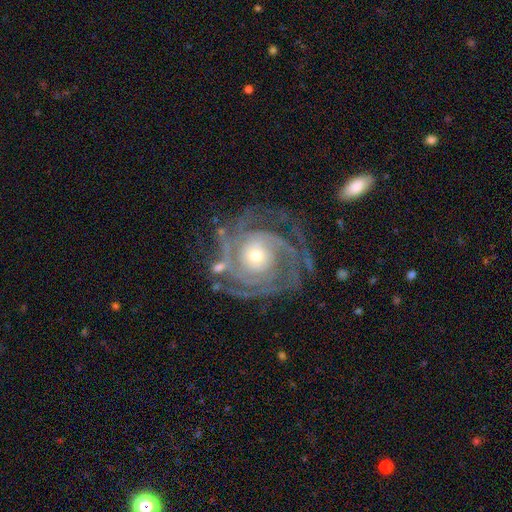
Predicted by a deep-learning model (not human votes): Overall: featured or disk (90%). Edge-on disk: no (97%). Bar: no (76%). Spiral arms: yes (97%). Spiral arm count: 3 (28%; can't tell 21%). Spiral winding: tight (72%). Bulge size: moderate (52%; small 40%). Merging: none (68%).